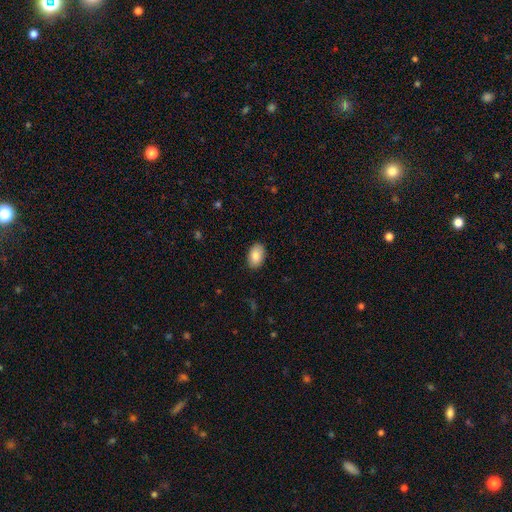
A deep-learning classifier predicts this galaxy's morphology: smooth-or-featured: smooth: 87% | star or artifact: 7% | featured or disk: 6%
  how-rounded: in between: 91% | round: 8% | cigar-shaped: 1%
  merging: none: 88% | minor disturbance: 9% | major disturbance: 2% | merger: 1%